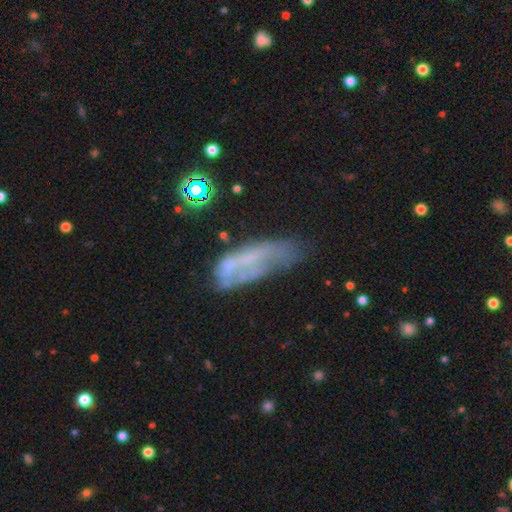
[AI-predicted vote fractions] Smooth or featured: featured or disk — 45% (smooth — 42%)
Merging: none — 33% (major disturbance — 28%)